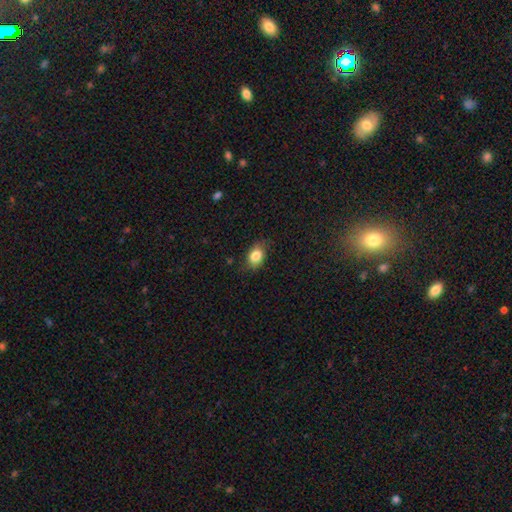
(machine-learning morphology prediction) This appears to be a smooth galaxy with no disk features (83%) that is in between round and cigar-shaped (77%). Merging: none (75%).